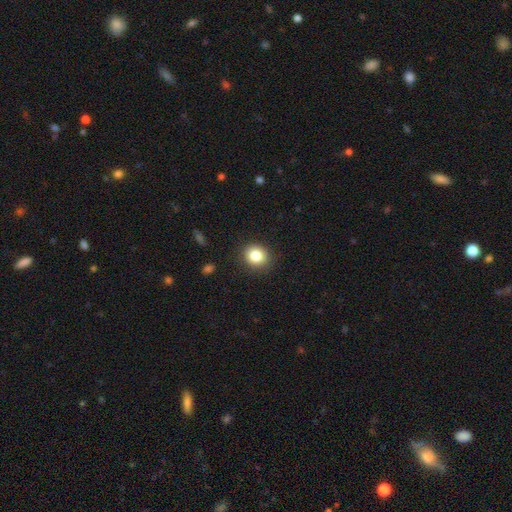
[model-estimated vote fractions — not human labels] The model was most divided on "how rounded": round: 78%, in between: 21%, cigar-shaped: 1%. More confident: merging — none (88%); smooth or featured — smooth (83%).